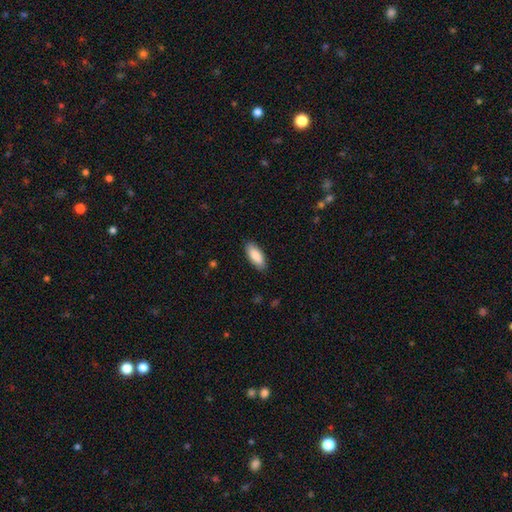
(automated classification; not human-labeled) Smooth or featured? Predicted: smooth (p=0.86). How rounded? Predicted: in between (p=0.84). Merging? Predicted: none (p=0.87).